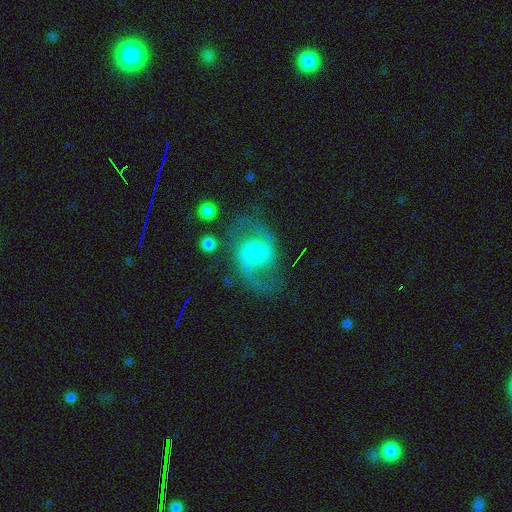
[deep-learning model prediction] This is clearly a featured or disk galaxy (84%). It is clearly not viewed edge-on (98%). Bar: possibly no (58%). Spiral arm pattern: clearly yes (95%). Spiral arm count: clearly 2 (91%). Spiral winding: possibly medium (52%). Central bulge: possibly small (60%). Merging: likely none (71%).